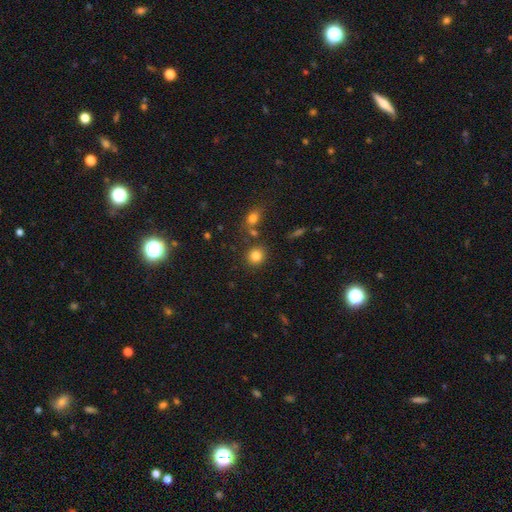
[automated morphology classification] This is clearly a smooth galaxy (82%). How rounded: clearly round (84%). Merging: clearly none (80%).